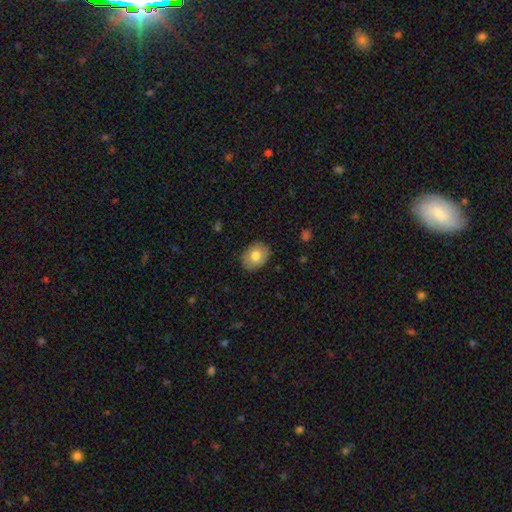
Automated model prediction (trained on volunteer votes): This appears to be a smooth galaxy with no disk features (76%) that is in between round and cigar-shaped (60%). Merging: none (86%).